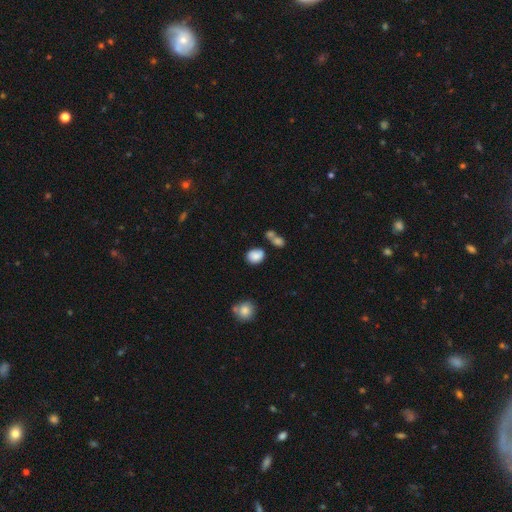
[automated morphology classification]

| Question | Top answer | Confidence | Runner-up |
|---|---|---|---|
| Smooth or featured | smooth | 84% | star or artifact (10%) |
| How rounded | in between | 51% | round (48%) |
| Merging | none | 62% | merger (17%) |